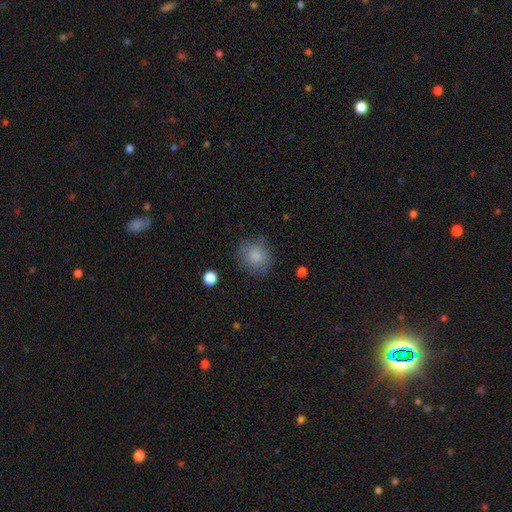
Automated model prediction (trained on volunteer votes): Smooth or featured? Predicted: smooth (p=0.84). How rounded? Predicted: round (p=0.82). Merging? Predicted: none (p=0.79).